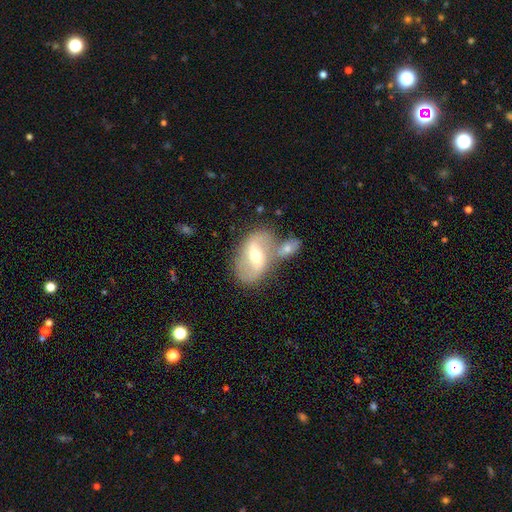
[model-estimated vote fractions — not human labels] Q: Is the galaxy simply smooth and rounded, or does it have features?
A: featured or disk — 72%.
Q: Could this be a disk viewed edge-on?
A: no — 95%.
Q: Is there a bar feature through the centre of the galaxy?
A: weak — 45%.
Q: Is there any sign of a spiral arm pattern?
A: yes — 82%.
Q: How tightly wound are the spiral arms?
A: loose — 58%.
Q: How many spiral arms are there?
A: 2 — 89%.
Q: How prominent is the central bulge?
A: moderate — 62%.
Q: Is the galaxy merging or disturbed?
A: none — 51%.